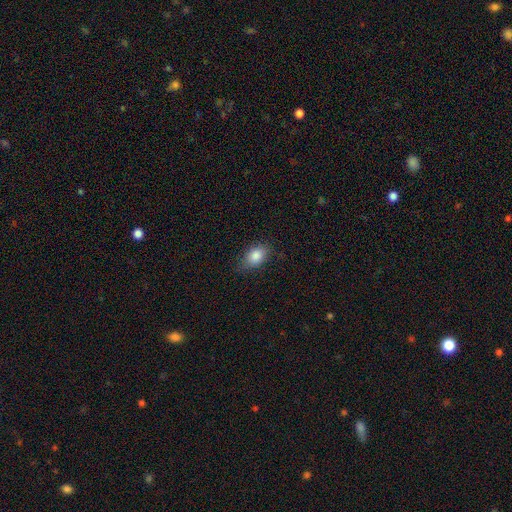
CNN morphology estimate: Smooth or featured? Predicted: smooth (p=0.85). How rounded? Predicted: in between (p=0.81). Merging? Predicted: none (p=0.76).